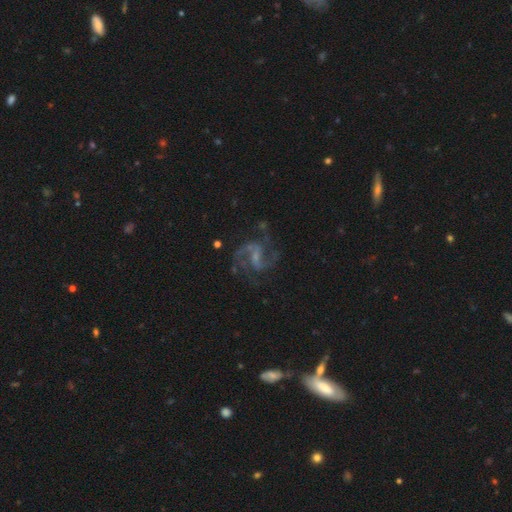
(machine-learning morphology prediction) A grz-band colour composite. It shows a featured or disk galaxy (89%) with a weak bar (53%), 2 (80%) medium (59%) spiral arms (97%) and a small central bulge (45%). Merging: none (70%).